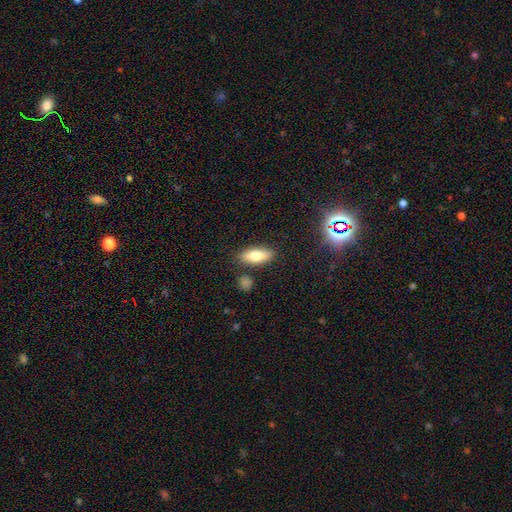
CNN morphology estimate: smooth_or_featured: smooth (p=0.76) [alt: featured or disk p=0.16]
how_rounded: in between (p=0.72) [alt: cigar-shaped p=0.25]
merging: none (p=0.83) [alt: minor disturbance p=0.11]